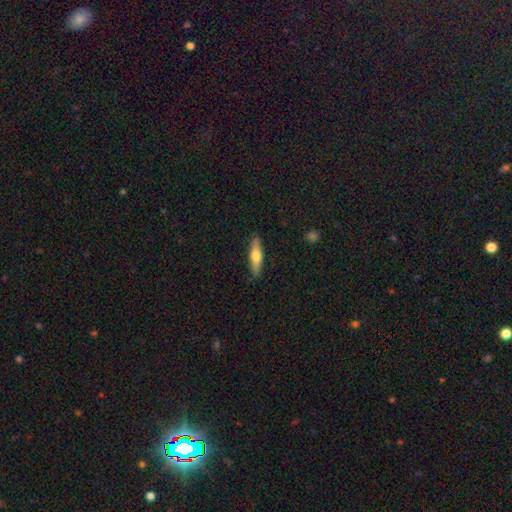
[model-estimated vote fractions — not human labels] smooth-or-featured: smooth: 55% | featured or disk: 39% | star or artifact: 6%
  how-rounded: cigar-shaped: 74% | in between: 24% | round: 2%
  merging: none: 88% | minor disturbance: 9% | major disturbance: 2% | merger: 1%